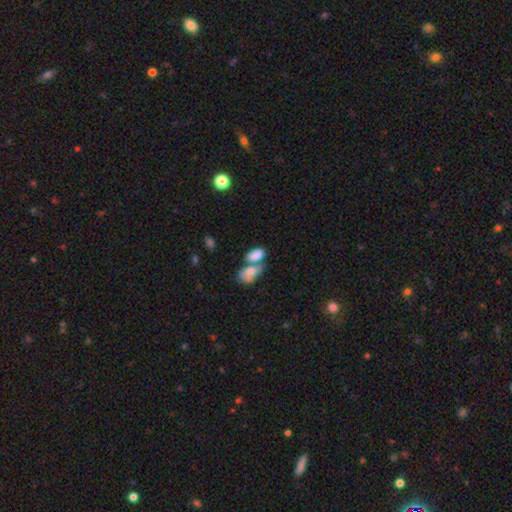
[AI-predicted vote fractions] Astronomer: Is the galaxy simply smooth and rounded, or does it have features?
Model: smooth — 80%.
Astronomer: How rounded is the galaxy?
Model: in between — 90%.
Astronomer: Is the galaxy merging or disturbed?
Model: merger — 56%.